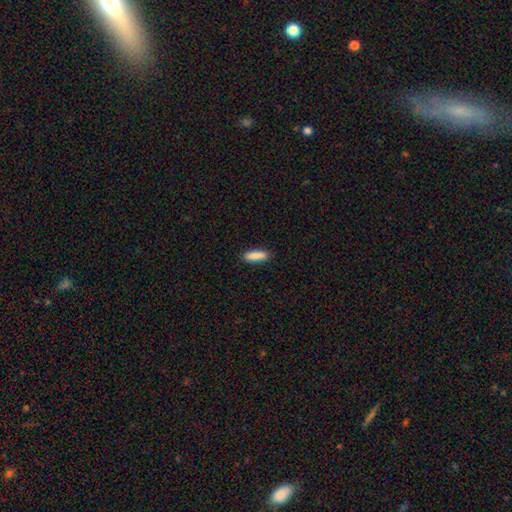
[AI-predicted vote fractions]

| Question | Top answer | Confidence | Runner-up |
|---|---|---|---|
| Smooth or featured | smooth | 89% | star or artifact (6%) |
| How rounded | cigar-shaped | 55% | in between (43%) |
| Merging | none | 90% | minor disturbance (8%) |